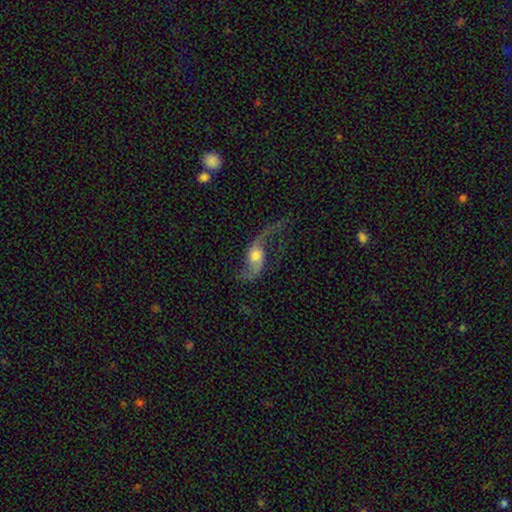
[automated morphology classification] Smooth or featured?
  - featured or disk: 82% *
  - smooth: 12%
  - star or artifact: 6%
Edge-on disk?
  - no: 93% *
  - yes: 7%
Bar?
  - no: 59% *
  - weak: 32%
  - strong: 9%
Spiral arms?
  - yes: 94% *
  - no: 6%
Spiral winding?
  - loose: 89% *
  - medium: 9%
  - tight: 2%
Spiral arm count?
  - 2: 90% *
  - 1: 6%
  - can't tell: 2%
  - 3: 1%
  - 4: 1%
  - more than 4: 1%
Bulge size?
  - moderate: 54% *
  - small: 20%
  - large: 19%
  - none: 5%
  - dominant: 3%
Merging?
  - none: 50% *
  - major disturbance: 29%
  - minor disturbance: 17%
  - merger: 4%